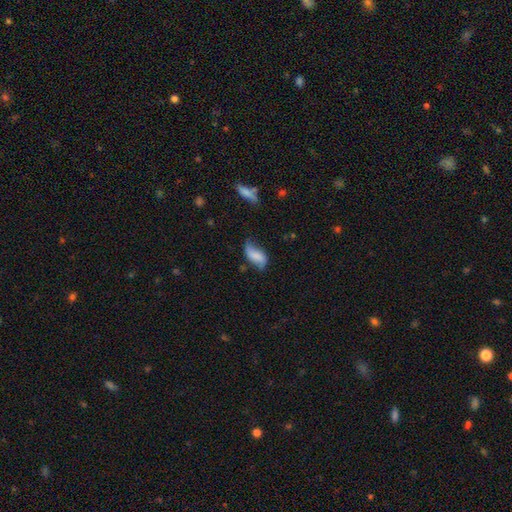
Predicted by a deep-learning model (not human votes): This appears to be a smooth galaxy with no disk features (49%). Merging: none (48%).